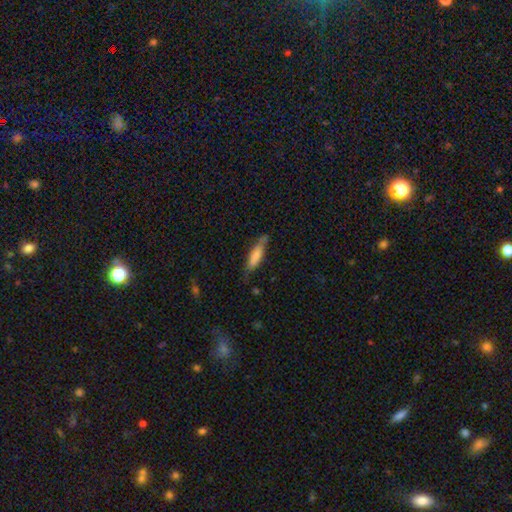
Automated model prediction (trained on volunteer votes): Smooth or featured? smooth (73%)
How rounded? cigar-shaped (67%)
Merging? none (63%)